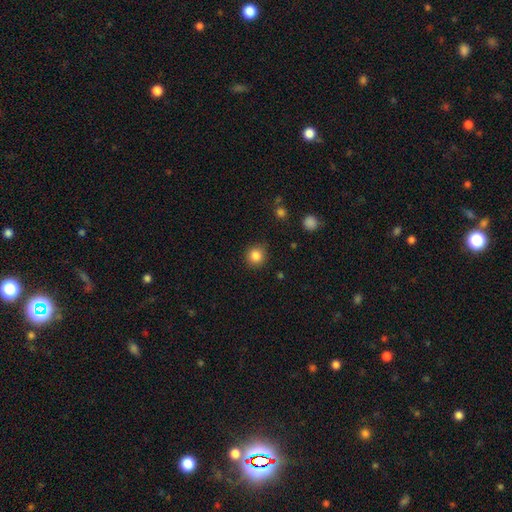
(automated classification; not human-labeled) Smooth or featured? smooth (85%)
How rounded? round (91%)
Merging? none (88%)